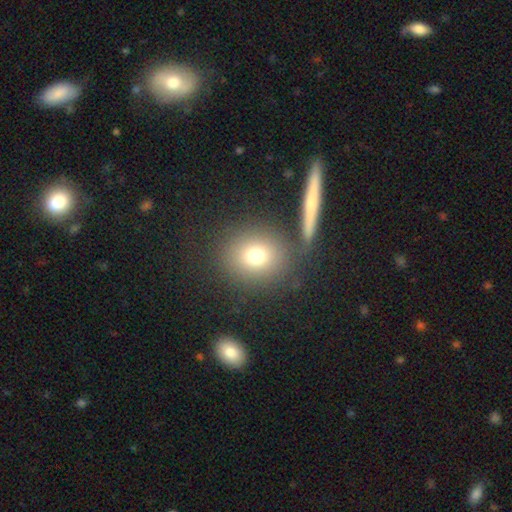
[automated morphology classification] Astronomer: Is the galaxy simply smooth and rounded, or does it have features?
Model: smooth — 75%.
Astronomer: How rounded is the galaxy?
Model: round — 80%.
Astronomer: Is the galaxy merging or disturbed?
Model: none — 76%.